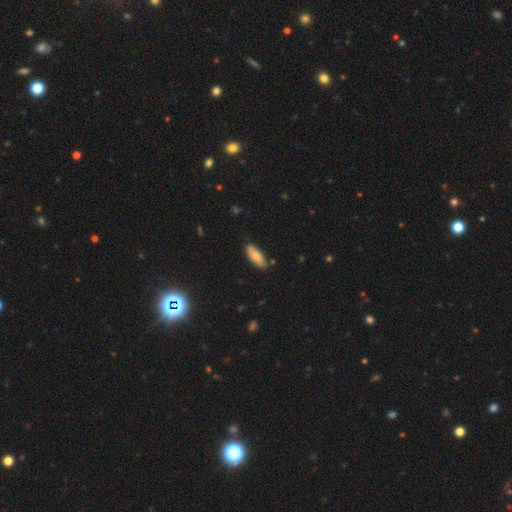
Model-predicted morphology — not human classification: smooth-or-featured: smooth: 82% | featured or disk: 12% | star or artifact: 6%
  how-rounded: in between: 72% | cigar-shaped: 26% | round: 2%
  merging: none: 85% | minor disturbance: 12% | major disturbance: 2% | merger: 2%